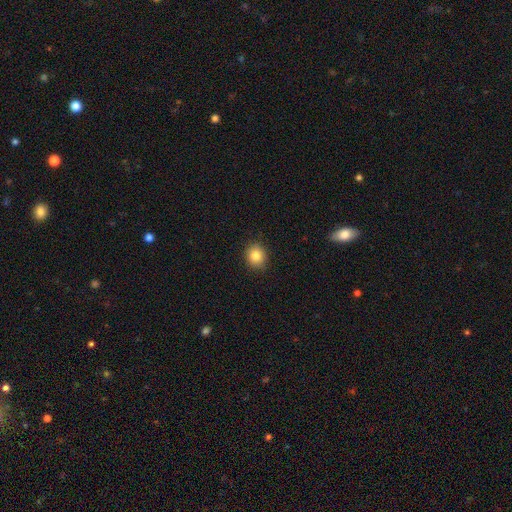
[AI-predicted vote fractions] A smooth galaxy with no disk features (84%) that is round (78%).

Vote fractions:
- Smooth or featured? smooth: 84% / star or artifact: 10% / featured or disk: 6%
- How rounded? round: 78% / in between: 21% / cigar-shaped: 1%
- Merging? none: 91% / minor disturbance: 7% / major disturbance: 2% / merger: 1%